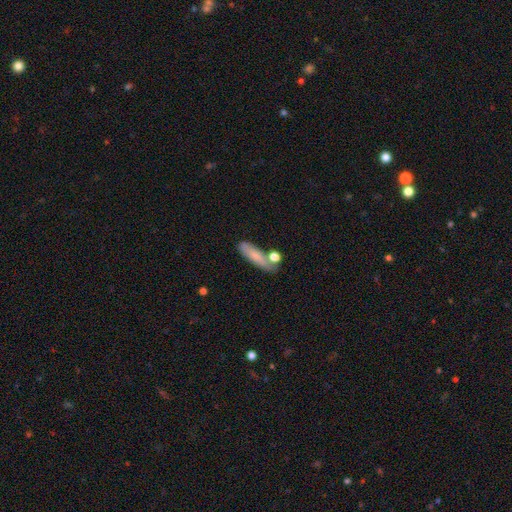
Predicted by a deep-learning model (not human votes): Q: Smooth or featured?
A: smooth (72%); runner-up: featured or disk (21%)
Q: How rounded?
A: cigar-shaped (57%); runner-up: in between (39%)
Q: Merging?
A: none (60%); runner-up: minor disturbance (18%)